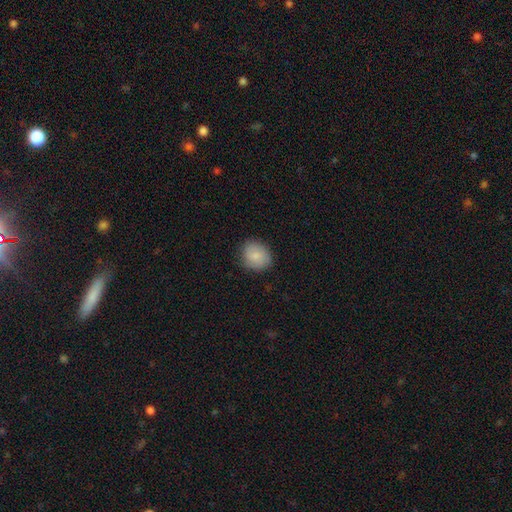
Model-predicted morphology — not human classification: The model was most divided on "how rounded": round: 71%, in between: 28%, cigar-shaped: 1%. More confident: smooth or featured — smooth (84%); merging — none (83%).